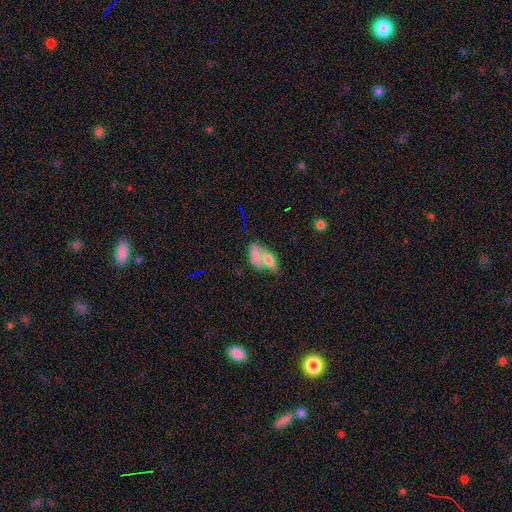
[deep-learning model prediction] Overall: smooth (69%). How rounded: in between (78%). Merging: merger (63%; none 23%).